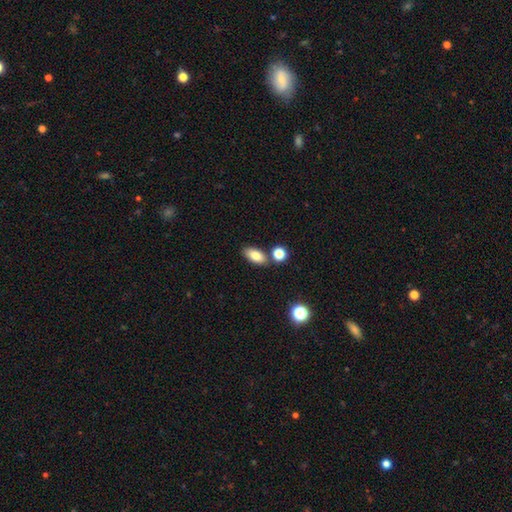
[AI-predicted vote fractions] smooth_or_featured: smooth (p=0.81) [alt: featured or disk p=0.10]
how_rounded: in between (p=0.87) [alt: cigar-shaped p=0.07]
merging: none (p=0.76) [alt: merger p=0.11]